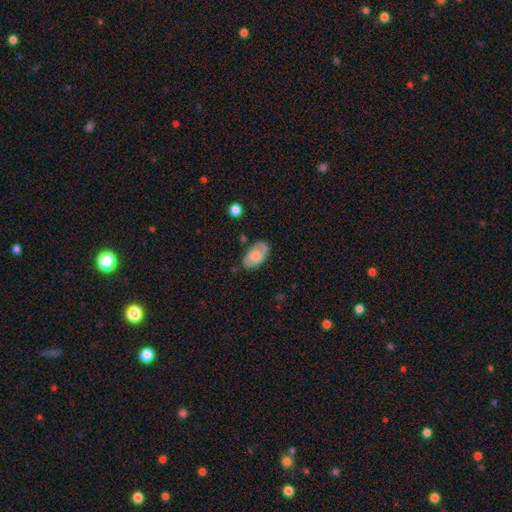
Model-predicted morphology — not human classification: smooth-or-featured: featured or disk: 52% | smooth: 41% | star or artifact: 7%
  disk-edge-on: no: 95% | yes: 5%
  merging: none: 67% | minor disturbance: 22% | major disturbance: 8% | merger: 3%